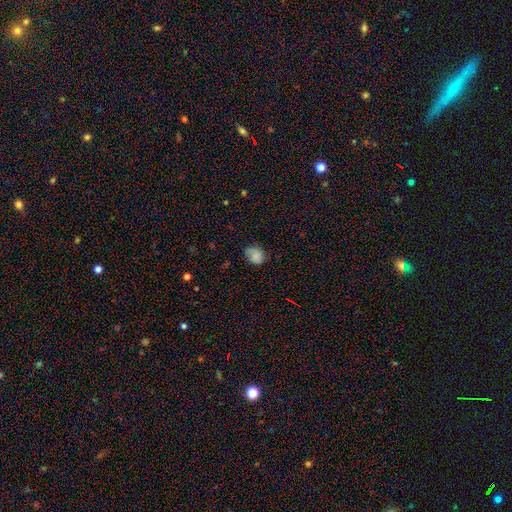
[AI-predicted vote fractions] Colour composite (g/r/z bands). It shows a smooth galaxy with no disk features (77%) that is in between round and cigar-shaped (51%). Merging: none (63%).